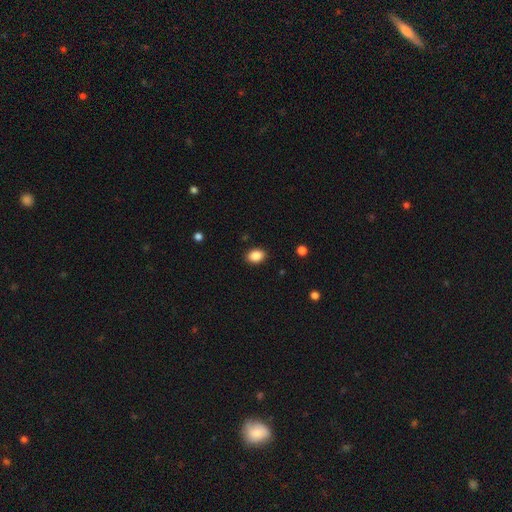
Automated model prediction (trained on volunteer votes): Smooth or featured? Predicted: smooth (p=0.88). How rounded? Predicted: in between (p=0.74). Merging? Predicted: none (p=0.89).